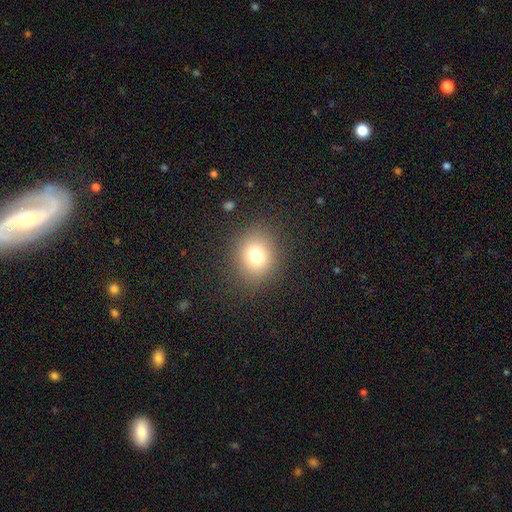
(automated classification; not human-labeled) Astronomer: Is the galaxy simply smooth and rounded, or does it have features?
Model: smooth — 75%.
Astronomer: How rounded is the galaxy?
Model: round — 78%.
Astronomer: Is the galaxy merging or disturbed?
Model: none — 87%.